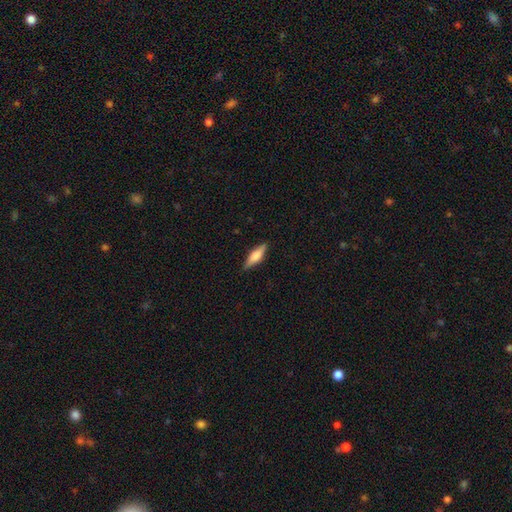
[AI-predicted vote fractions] smooth-or-featured: smooth: 53% | featured or disk: 41% | star or artifact: 6%
  how-rounded: cigar-shaped: 61% | in between: 37% | round: 2%
  merging: none: 88% | minor disturbance: 9% | major disturbance: 2% | merger: 1%